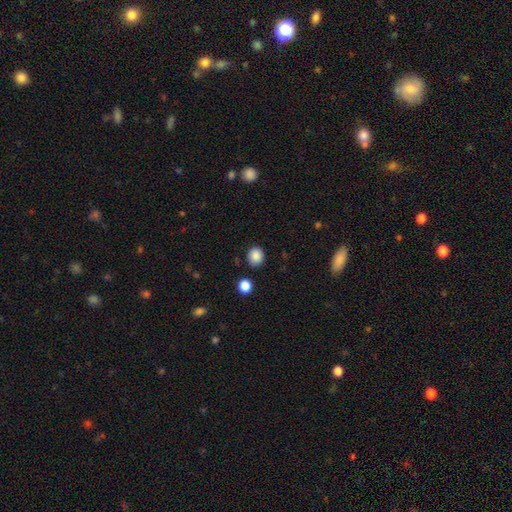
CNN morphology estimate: Smooth or featured: smooth — 87% (star or artifact — 9%)
How rounded: round — 72% (in between — 27%)
Merging: none — 85% (minor disturbance — 10%)